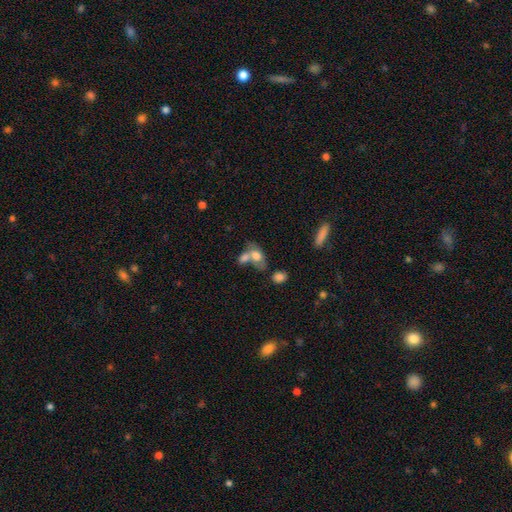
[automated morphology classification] This is likely a smooth galaxy (69%). How rounded: likely in between (79%). Merging: possibly merger (55%).